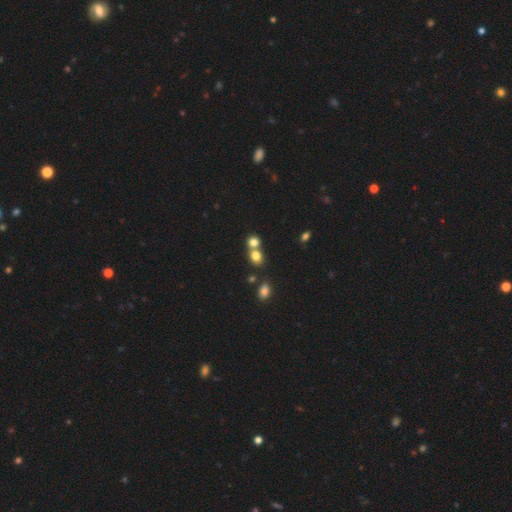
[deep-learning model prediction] Smooth or featured?
  - smooth: 77% *
  - star or artifact: 14%
  - featured or disk: 9%
How rounded?
  - round: 66% *
  - in between: 33%
  - cigar-shaped: 1%
Merging?
  - merger: 46% *
  - none: 44%
  - minor disturbance: 7%
  - major disturbance: 3%